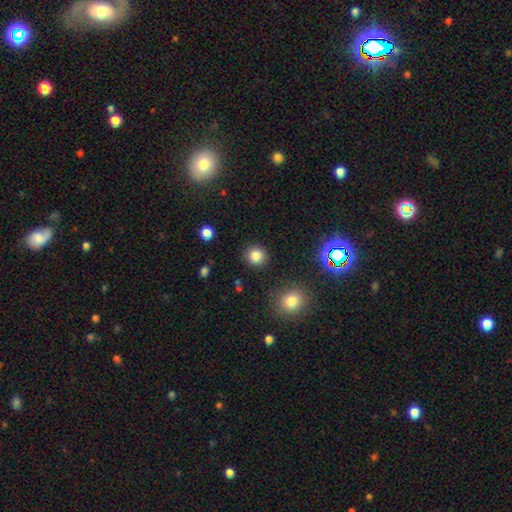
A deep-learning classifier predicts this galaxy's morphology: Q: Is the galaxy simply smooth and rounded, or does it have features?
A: smooth — 82%.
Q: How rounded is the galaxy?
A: round — 91%.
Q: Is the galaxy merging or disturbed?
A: none — 90%.